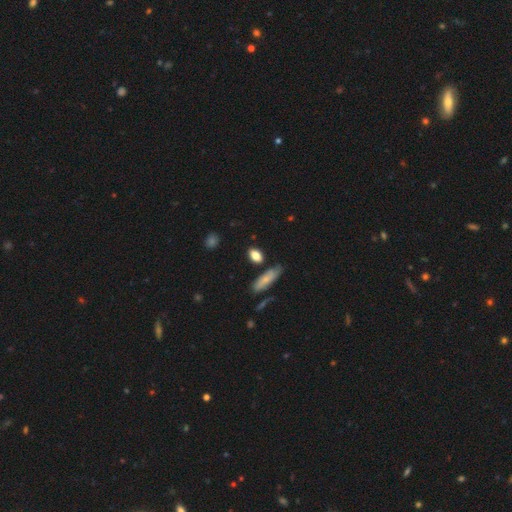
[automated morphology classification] Smooth or featured? smooth (81%)
How rounded? in between (79%)
Merging? none (76%)